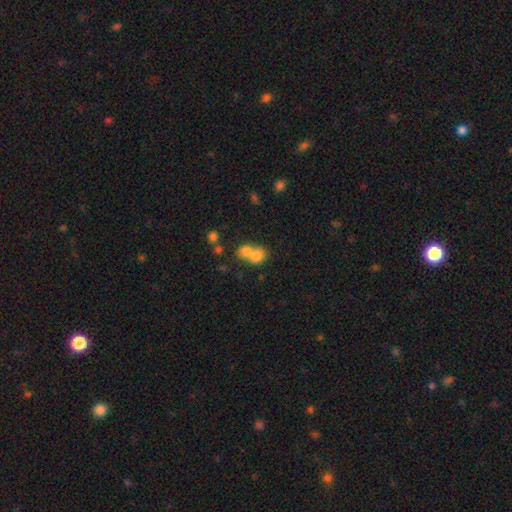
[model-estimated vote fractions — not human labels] Smooth or featured? smooth (76%)
How rounded? round (57%)
Merging? merger (67%)